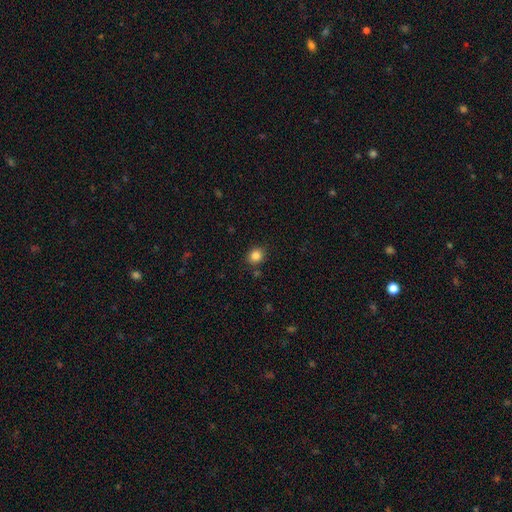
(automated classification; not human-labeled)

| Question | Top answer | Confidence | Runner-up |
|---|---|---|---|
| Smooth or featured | smooth | 84% | star or artifact (11%) |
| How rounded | round | 72% | in between (28%) |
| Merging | none | 85% | minor disturbance (9%) |